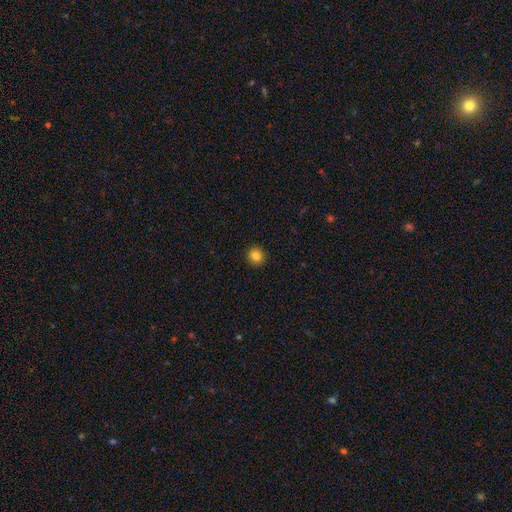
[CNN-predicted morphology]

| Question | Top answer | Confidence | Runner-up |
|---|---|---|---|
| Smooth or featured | smooth | 83% | star or artifact (12%) |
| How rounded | round | 92% | in between (7%) |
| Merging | none | 93% | minor disturbance (5%) |